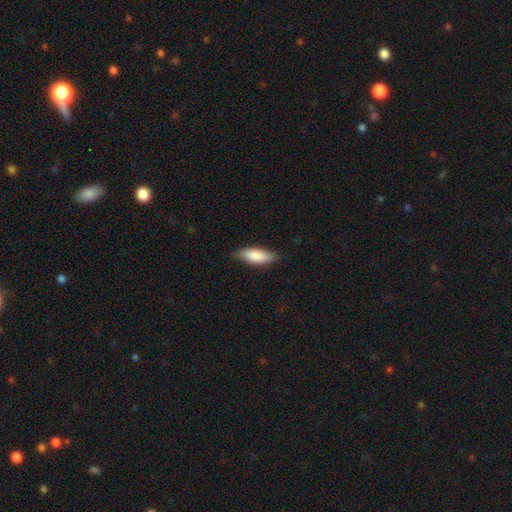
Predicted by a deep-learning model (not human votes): A smooth galaxy with no disk features (84%) that is in between round and cigar-shaped (73%). Merging: none (77%).